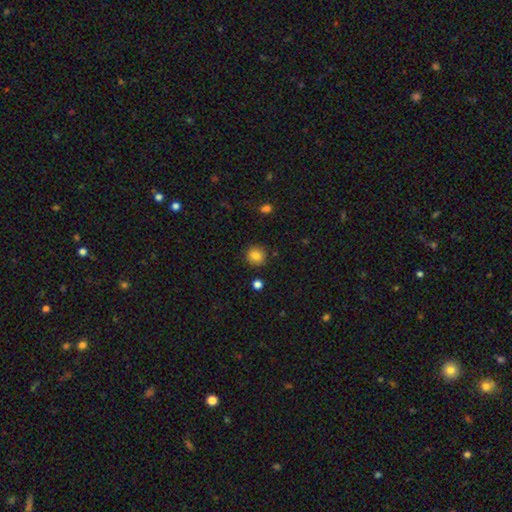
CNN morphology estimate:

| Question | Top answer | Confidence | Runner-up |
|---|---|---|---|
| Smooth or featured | smooth | 84% | star or artifact (10%) |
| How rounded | round | 88% | in between (11%) |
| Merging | none | 89% | minor disturbance (7%) |